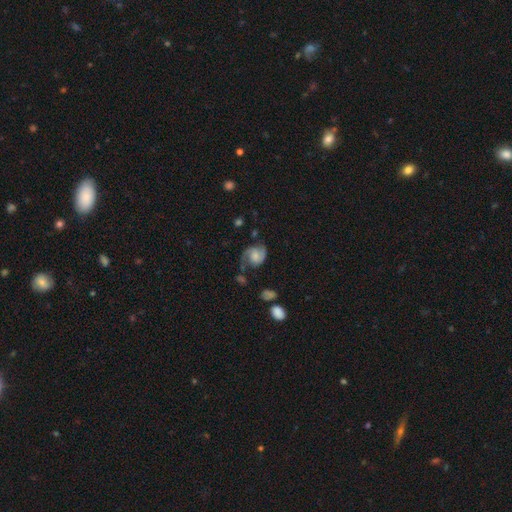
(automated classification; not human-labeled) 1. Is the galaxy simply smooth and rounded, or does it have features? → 73% featured or disk, 20% smooth, 8% star or artifact.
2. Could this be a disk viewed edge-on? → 98% no, 2% yes.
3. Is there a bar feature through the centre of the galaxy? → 59% no, 35% weak, 6% strong.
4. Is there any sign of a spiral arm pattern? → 94% yes, 6% no.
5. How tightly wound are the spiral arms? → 49% medium, 27% tight, 24% loose.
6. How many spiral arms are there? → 82% 2, 9% 1, 6% can't tell, 2% 3, 1% 4, 1% more than 4.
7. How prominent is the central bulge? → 39% moderate, 30% small, 16% none, 13% large, 2% dominant.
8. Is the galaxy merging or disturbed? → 59% none, 22% minor disturbance, 14% major disturbance, 4% merger.